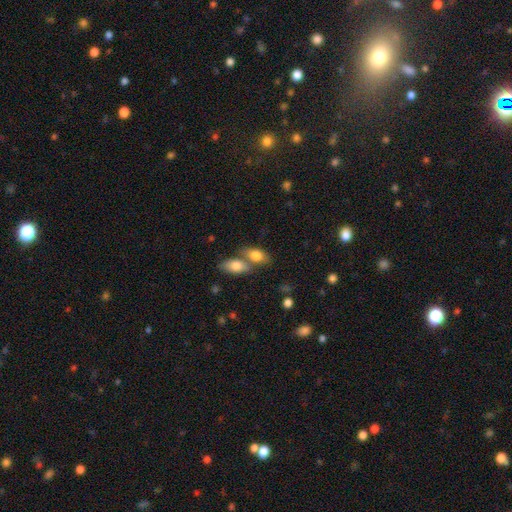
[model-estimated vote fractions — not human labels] This appears to be a smooth galaxy with no disk features (82%) that is in between round and cigar-shaped (86%). Merging: merger (52%).